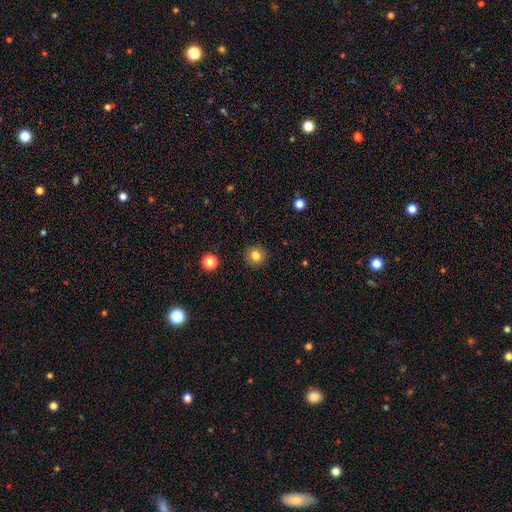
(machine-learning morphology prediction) type=smooth (81%); roundness=round (92%); merging=none (91%).